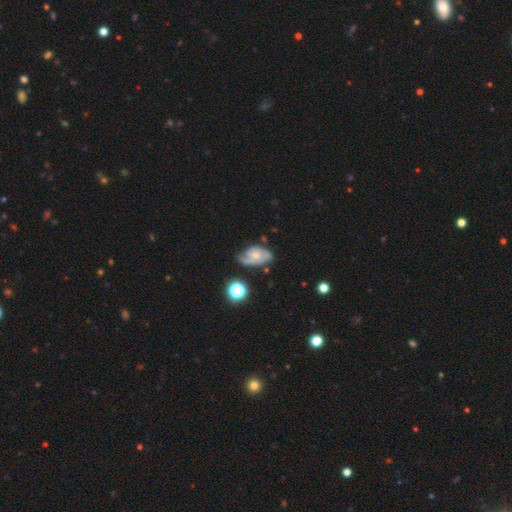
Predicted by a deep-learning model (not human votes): Smooth or featured: featured or disk — 69% (smooth — 23%)
Edge-on disk: no — 96% (yes — 4%)
Bar: no — 72% (weak — 24%)
Spiral arms: yes — 86% (no — 14%)
Spiral winding: tight — 43% (medium — 39%)
Spiral arm count: 2 — 40% (can't tell — 25%)
Bulge size: small — 44% (moderate — 43%)
Merging: none — 49% (minor disturbance — 30%)